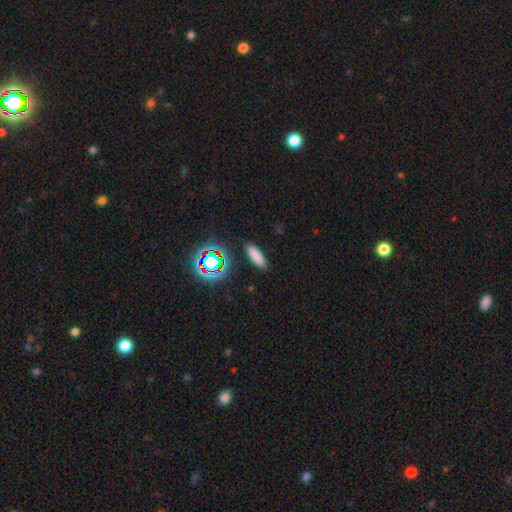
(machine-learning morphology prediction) This is likely a smooth galaxy (75%). How rounded: possibly in between (50%). Merging: clearly none (87%).